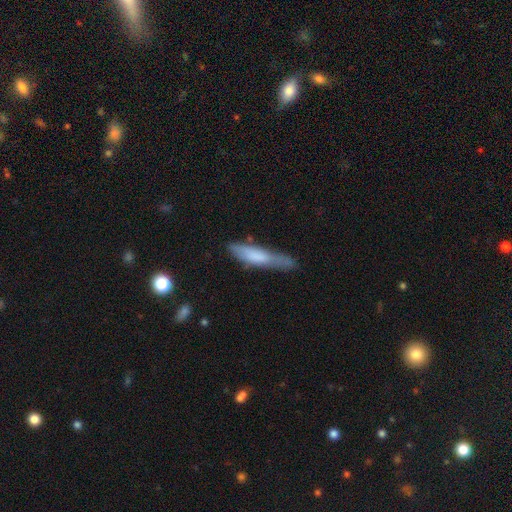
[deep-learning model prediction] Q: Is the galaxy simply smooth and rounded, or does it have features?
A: smooth — 68%.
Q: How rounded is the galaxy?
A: cigar-shaped — 80%.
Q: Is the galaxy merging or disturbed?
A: none — 53%.